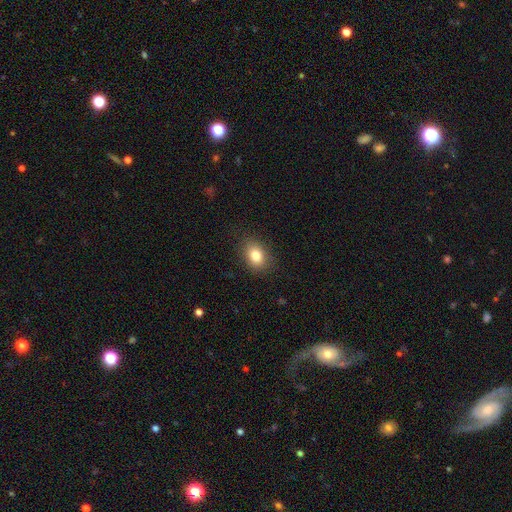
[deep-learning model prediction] smooth-or-featured: smooth: 82% | star or artifact: 10% | featured or disk: 8%
  how-rounded: in between: 70% | round: 29% | cigar-shaped: 1%
  merging: none: 86% | minor disturbance: 10% | major disturbance: 3% | merger: 1%